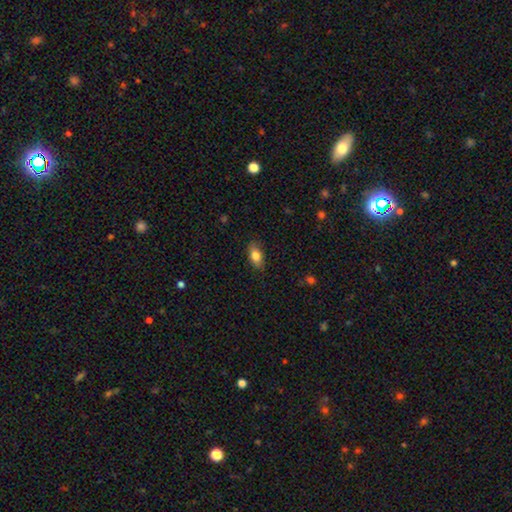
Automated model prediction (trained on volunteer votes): This appears to be a smooth galaxy with no disk features (81%) that is in between round and cigar-shaped (86%). Merging: none (82%).